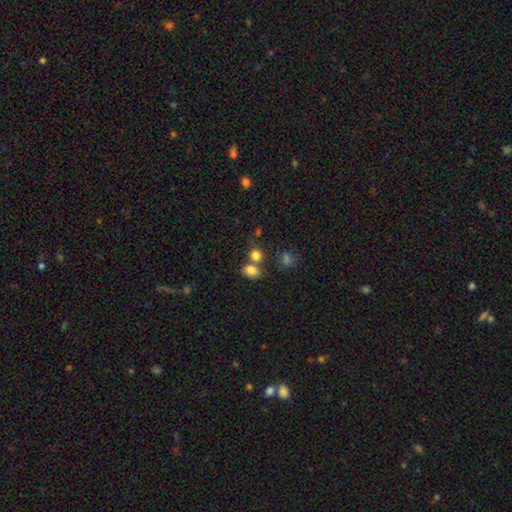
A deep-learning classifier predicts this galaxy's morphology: Overall: smooth (81%). How rounded: round (55%; in between 44%). Merging: none (53%; merger 34%).